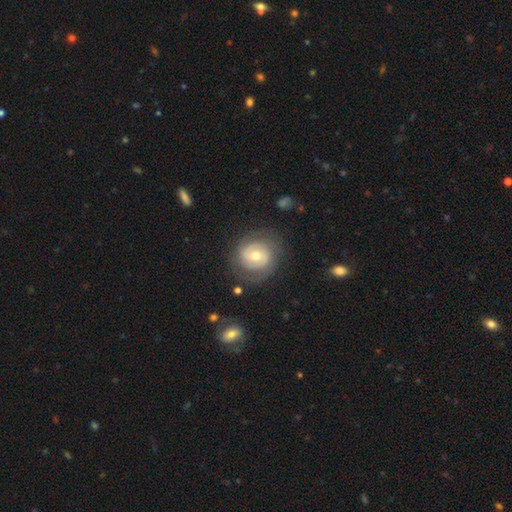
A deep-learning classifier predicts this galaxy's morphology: smooth-or-featured: featured or disk: 68% | smooth: 25% | star or artifact: 7%
  disk-edge-on: no: 98% | yes: 2%
    bar: no: 56% | weak: 35% | strong: 9%
    has-spiral-arms: yes: 86% | no: 14%
      spiral-winding: tight: 55% | medium: 33% | loose: 12%
      spiral-arm-count: 2: 63% | can't tell: 21% | 3: 8% | 1: 4% | 4: 2% | more than 4: 2%
    bulge-size: moderate: 58% | small: 36% | large: 4% | none: 1% | dominant: 1%
  merging: none: 75% | minor disturbance: 15% | major disturbance: 9% | merger: 2%